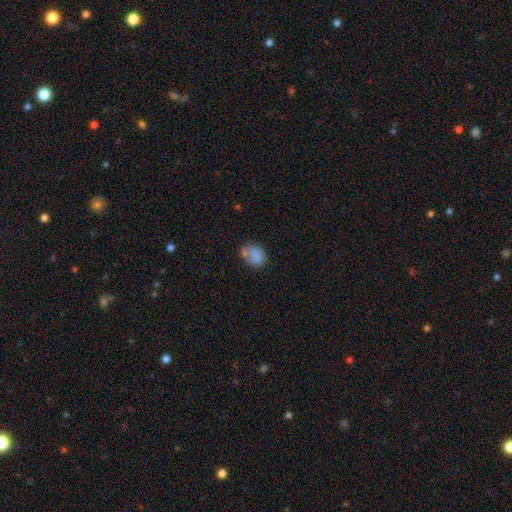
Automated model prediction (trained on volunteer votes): Smooth or featured? smooth (80%)
How rounded? in between (54%)
Merging? none (53%)